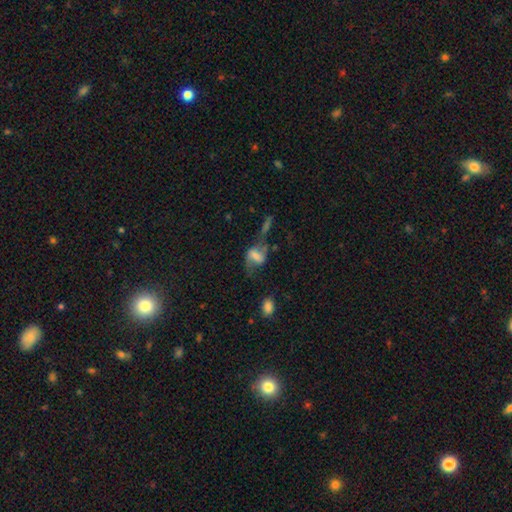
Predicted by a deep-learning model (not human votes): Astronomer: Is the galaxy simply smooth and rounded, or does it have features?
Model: featured or disk — 53% (runner-up: smooth, 37%).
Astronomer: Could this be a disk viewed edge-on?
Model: no — 94%.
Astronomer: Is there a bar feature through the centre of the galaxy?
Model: strong — 39% (runner-up: weak, 38%).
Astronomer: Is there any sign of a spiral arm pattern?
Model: yes — 75%.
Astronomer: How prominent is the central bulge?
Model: moderate — 30% (runner-up: small, 27%).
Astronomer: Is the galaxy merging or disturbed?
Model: none — 41% (runner-up: major disturbance, 23%).